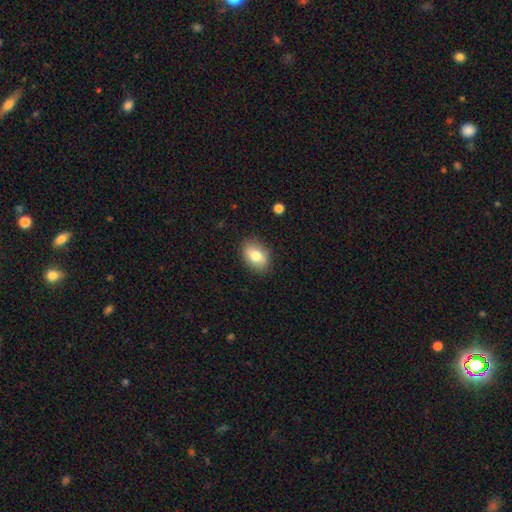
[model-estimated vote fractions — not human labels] A smooth galaxy with no disk features (78%) that is in between round and cigar-shaped (82%). Merging: none (85%).